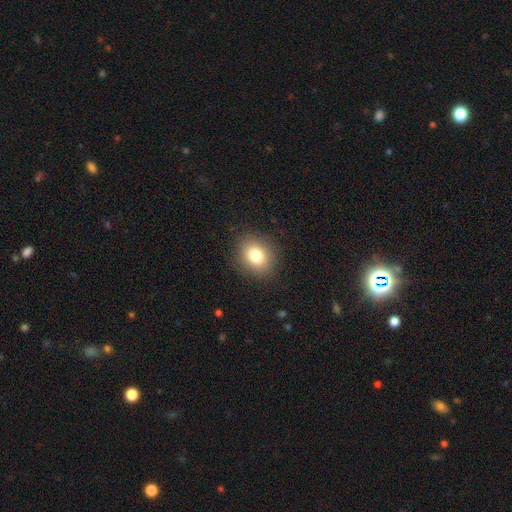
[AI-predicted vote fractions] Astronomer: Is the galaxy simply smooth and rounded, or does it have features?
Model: smooth — 80%.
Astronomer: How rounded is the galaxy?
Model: round — 57% (runner-up: in between, 42%).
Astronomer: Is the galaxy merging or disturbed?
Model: none — 88%.